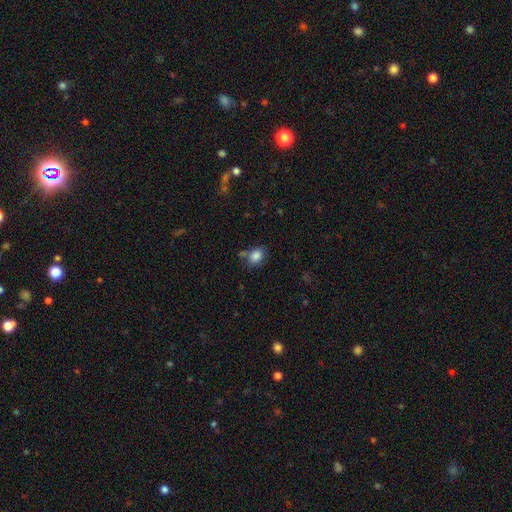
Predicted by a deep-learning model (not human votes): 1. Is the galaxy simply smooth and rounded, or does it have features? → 85% smooth, 10% star or artifact, 6% featured or disk.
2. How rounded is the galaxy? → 55% in between, 44% round, 1% cigar-shaped.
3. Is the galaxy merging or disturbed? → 66% none, 17% minor disturbance, 12% merger, 5% major disturbance.